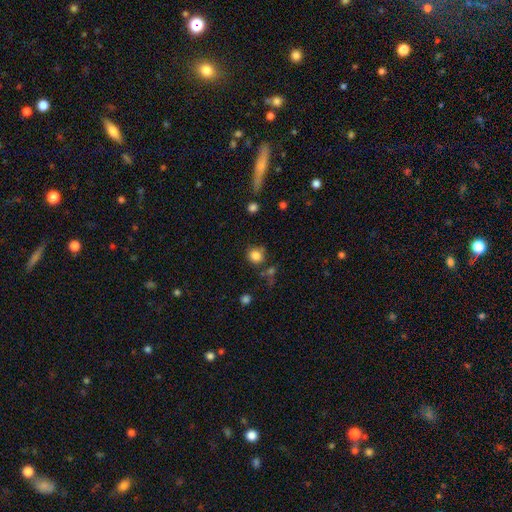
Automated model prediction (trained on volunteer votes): Smooth or featured? smooth (83%)
How rounded? round (83%)
Merging? none (73%)